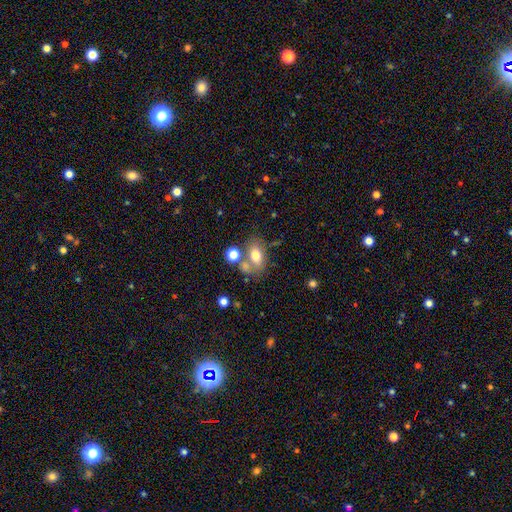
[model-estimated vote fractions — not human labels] The model was most divided on "merging": none: 52%, merger: 24%, minor disturbance: 16%, major disturbance: 8%. More confident: how rounded — in between (80%); smooth or featured — smooth (69%).